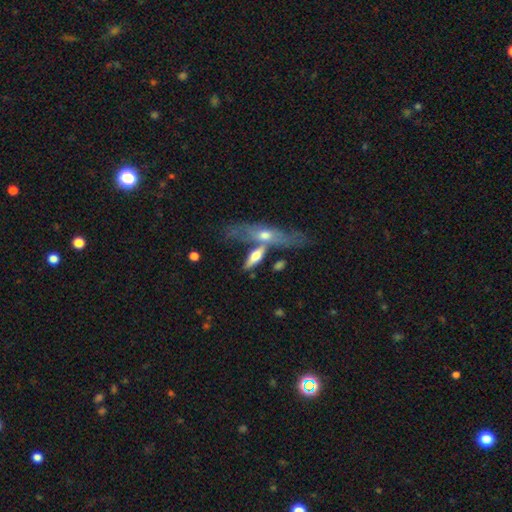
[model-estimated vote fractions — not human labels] Smooth or featured? Predicted: smooth (p=0.49). Merging? Predicted: merger (p=0.44).